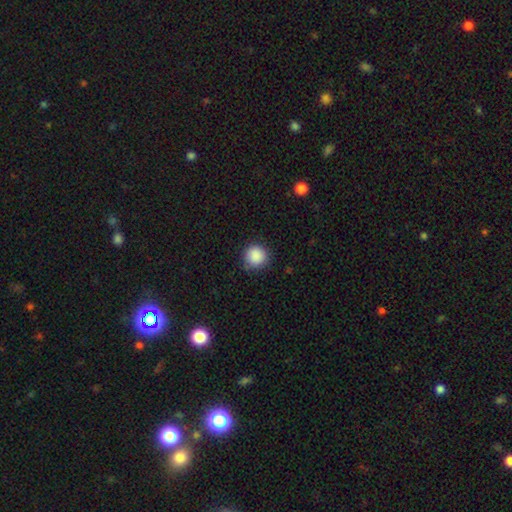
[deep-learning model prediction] Morphology: type=smooth (89%); roundness=round (94%); merging=none (86%).